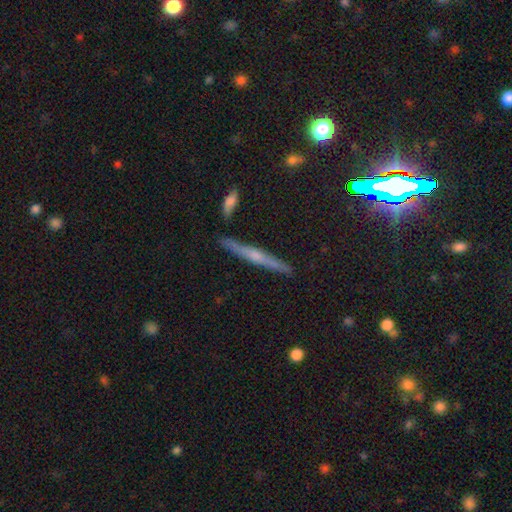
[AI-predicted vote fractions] Smooth or featured? featured or disk (60%)
Edge-on disk? yes (96%)
Edge-on bulge? rounded (65%)
Merging? none (87%)